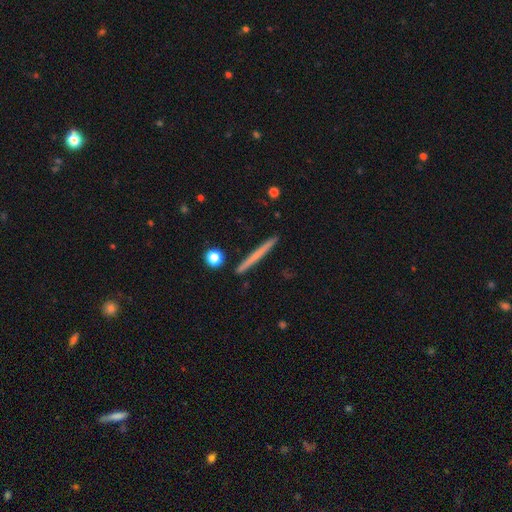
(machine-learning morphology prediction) Overall: smooth (53%; featured or disk 41%). How rounded: cigar-shaped (96%). Merging: none (91%).